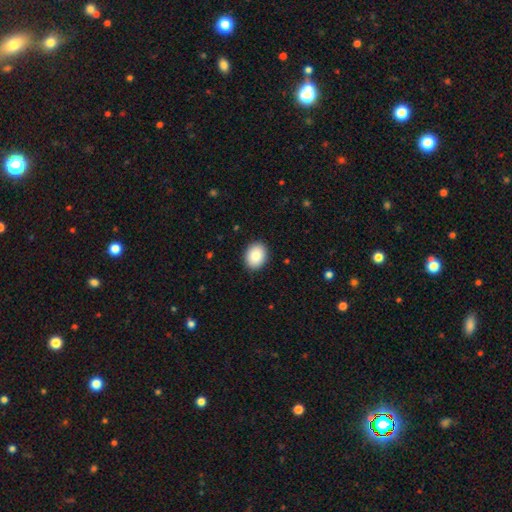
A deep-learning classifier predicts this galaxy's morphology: This appears to be a smooth galaxy with no disk features (87%) that is in between round and cigar-shaped (57%). Merging: none (90%).